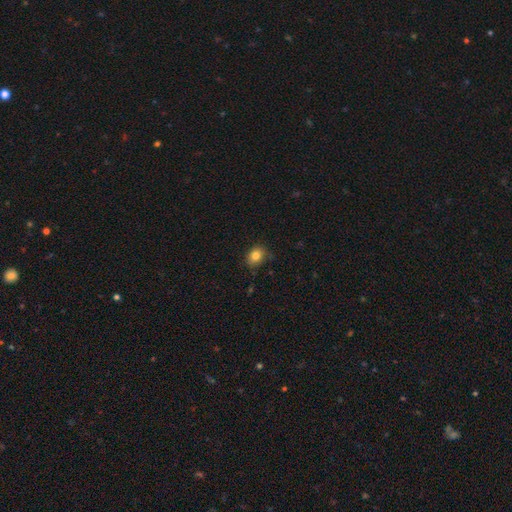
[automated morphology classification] Overall: smooth (82%). How rounded: in between (54%; round 45%). Merging: none (78%).